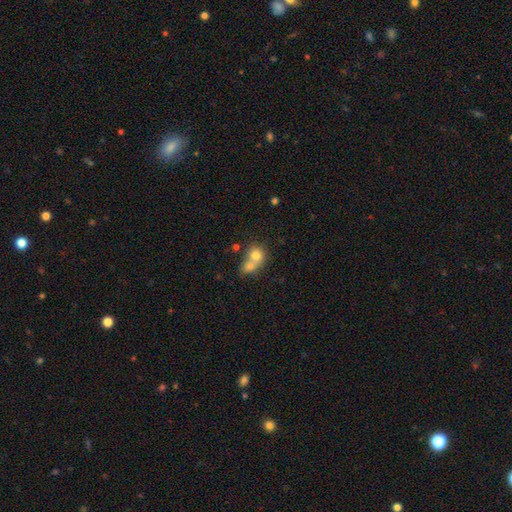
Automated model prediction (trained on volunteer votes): Q: Smooth or featured?
A: smooth (73%); runner-up: featured or disk (17%)
Q: How rounded?
A: round (69%); runner-up: in between (30%)
Q: Merging?
A: merger (66%); runner-up: none (24%)